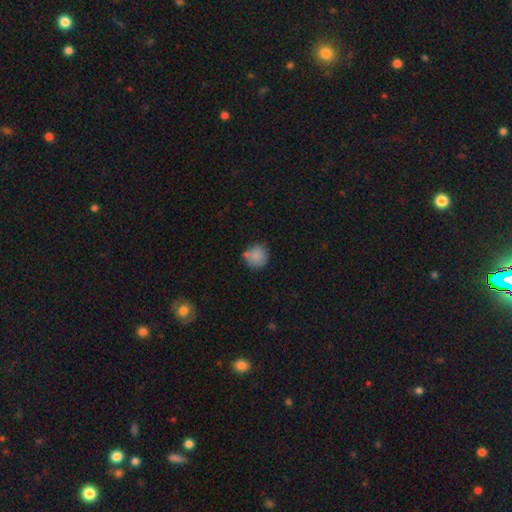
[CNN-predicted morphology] smooth_or_featured: smooth (p=0.84) [alt: star or artifact p=0.08]
how_rounded: round (p=0.90) [alt: in between p=0.09]
merging: none (p=0.67) [alt: minor disturbance p=0.19]